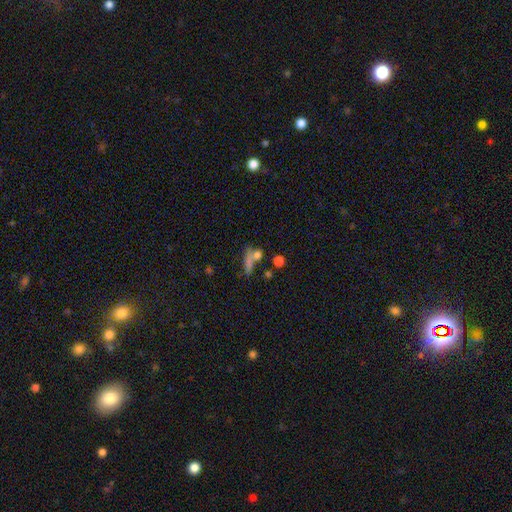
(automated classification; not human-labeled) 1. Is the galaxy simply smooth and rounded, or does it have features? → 68% smooth, 16% featured or disk, 16% star or artifact.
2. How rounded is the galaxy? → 35% round, 34% in between, 31% cigar-shaped.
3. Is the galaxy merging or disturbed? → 46% none, 31% merger, 13% minor disturbance, 10% major disturbance.